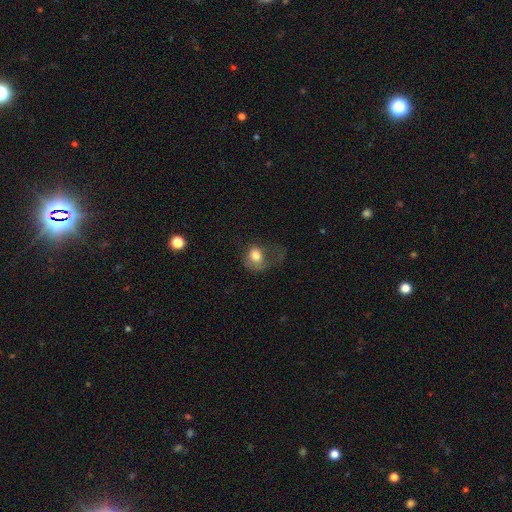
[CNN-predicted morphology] A smooth galaxy with no disk features (71%) that is round (51%). Merging: major disturbance (58%).